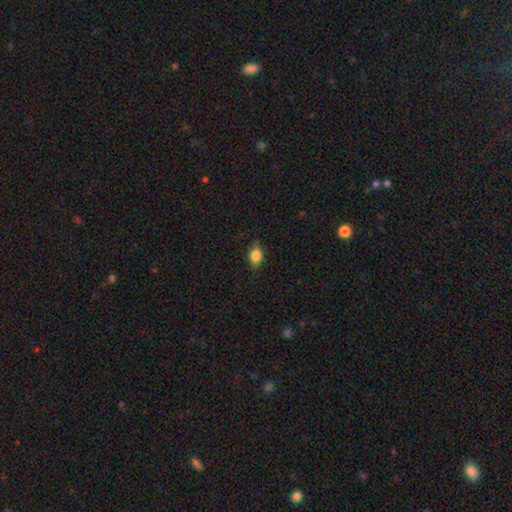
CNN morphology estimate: Overall: smooth (81%). How rounded: in between (75%). Merging: none (79%).